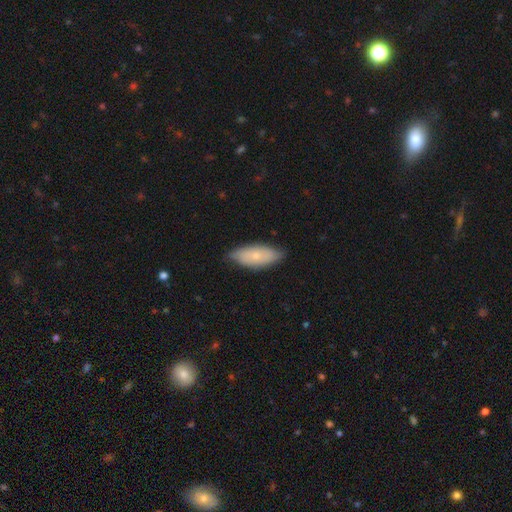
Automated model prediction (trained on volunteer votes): A smooth galaxy with no disk features (69%) that is in between round and cigar-shaped (82%).

Vote fractions:
- Smooth or featured? smooth: 69% / featured or disk: 25% / star or artifact: 6%
- How rounded? in between: 82% / cigar-shaped: 15% / round: 2%
- Merging? none: 77% / minor disturbance: 20% / major disturbance: 3% / merger: 1%